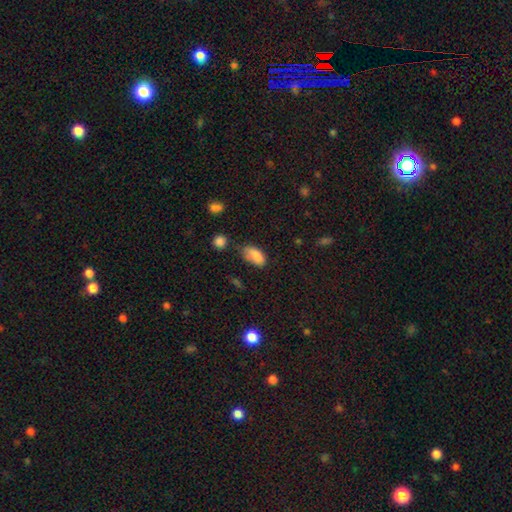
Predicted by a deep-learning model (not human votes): smooth 84%, star or artifact 8%, featured or disk 7%. Down the decision tree: how rounded — in between (92%); merging — none (57%).